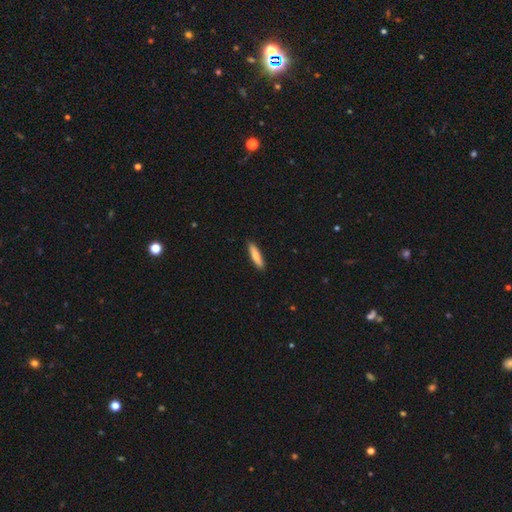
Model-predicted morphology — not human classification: Smooth or featured: smooth — 78% (featured or disk — 16%)
How rounded: cigar-shaped — 81% (in between — 17%)
Merging: none — 88% (minor disturbance — 9%)